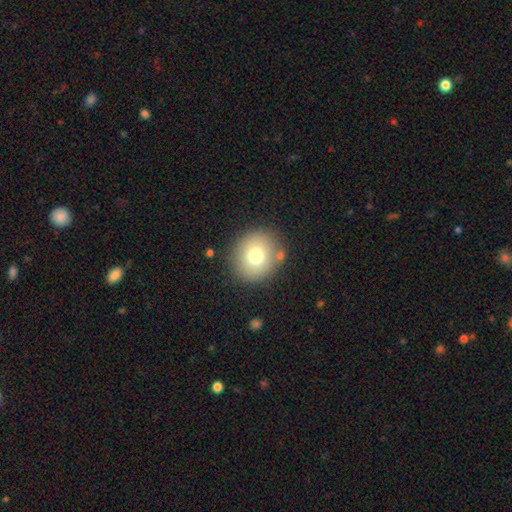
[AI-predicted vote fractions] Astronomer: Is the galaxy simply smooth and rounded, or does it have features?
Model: smooth — 74%.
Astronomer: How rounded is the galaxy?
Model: round — 86%.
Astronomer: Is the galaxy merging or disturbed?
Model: none — 82%.